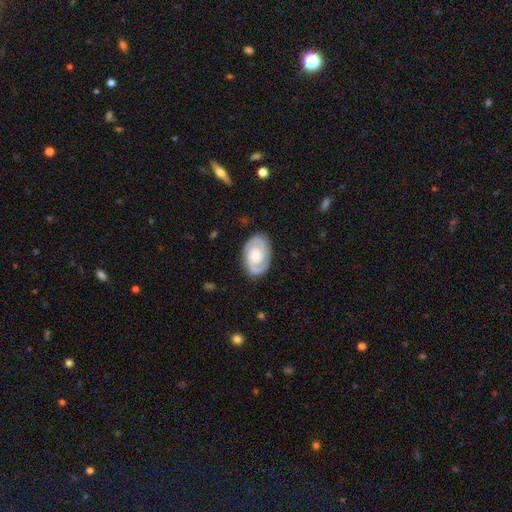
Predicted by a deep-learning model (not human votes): smooth-or-featured: featured or disk: 84% | smooth: 11% | star or artifact: 5%
  disk-edge-on: no: 97% | yes: 3%
    bar: no: 61% | weak: 32% | strong: 7%
    has-spiral-arms: yes: 96% | no: 4%
      spiral-winding: tight: 58% | medium: 36% | loose: 7%
      spiral-arm-count: 2: 87% | can't tell: 5% | 3: 4% | 1: 2% | 4: 1% | more than 4: 1%
    bulge-size: moderate: 43% | small: 36% | large: 11% | none: 7% | dominant: 2%
  merging: none: 83% | minor disturbance: 12% | major disturbance: 3% | merger: 1%